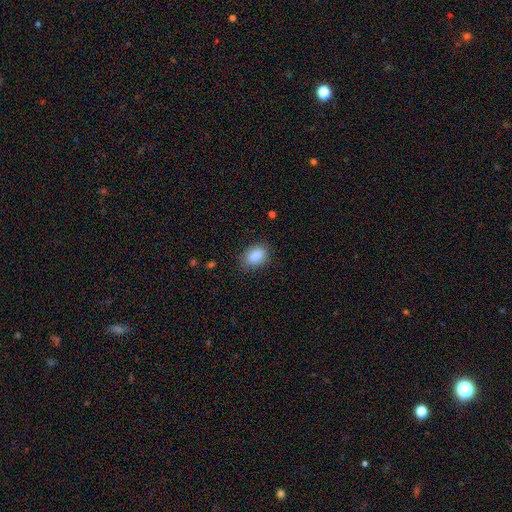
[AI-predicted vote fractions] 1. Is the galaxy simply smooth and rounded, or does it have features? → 88% smooth, 8% star or artifact, 5% featured or disk.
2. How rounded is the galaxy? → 84% in between, 15% round, 1% cigar-shaped.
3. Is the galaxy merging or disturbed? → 82% none, 14% minor disturbance, 3% major disturbance, 1% merger.